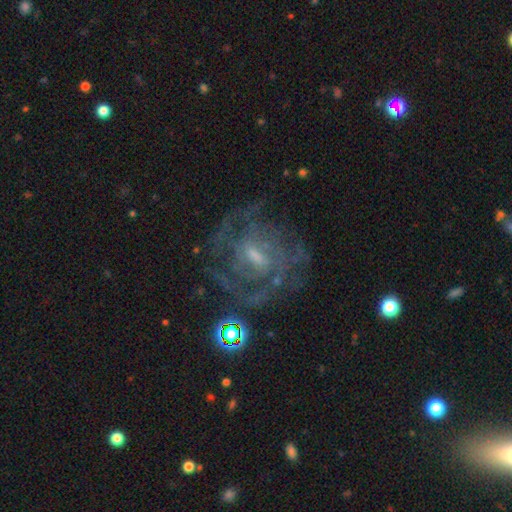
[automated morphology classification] featured or disk 81%, star or artifact 10%, smooth 9%. Down the decision tree: edge-on disk — no (96%); bar — weak (56%); spiral arms — yes (87%); spiral arm count — can't tell (45%); spiral winding — tight (52%); bulge size — small (44%); merging — none (64%).